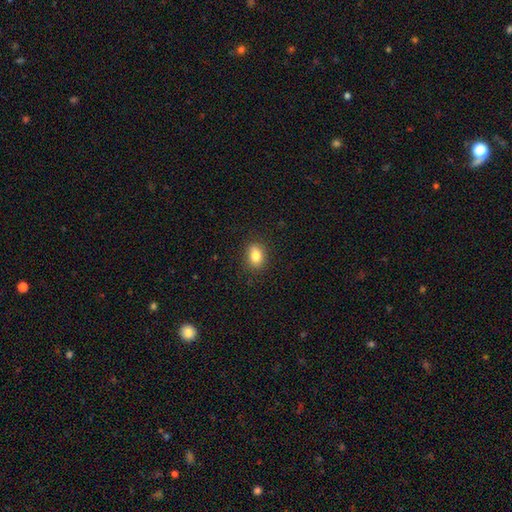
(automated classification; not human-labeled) Morphology: type=smooth (82%); roundness=in between (72%); merging=none (86%).